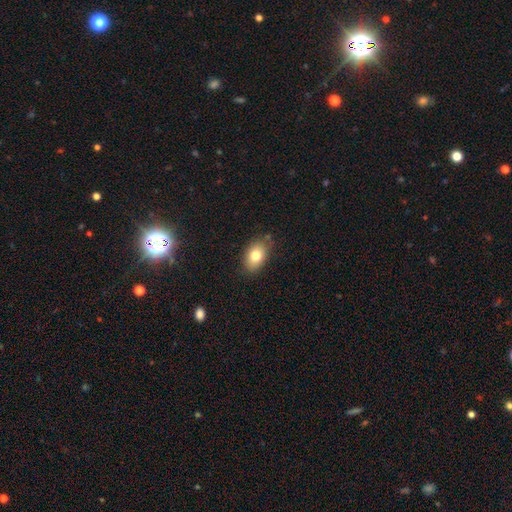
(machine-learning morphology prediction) smooth_or_featured: smooth (p=0.77) [alt: featured or disk p=0.14]
how_rounded: in between (p=0.85) [alt: round p=0.13]
merging: none (p=0.79) [alt: minor disturbance p=0.16]